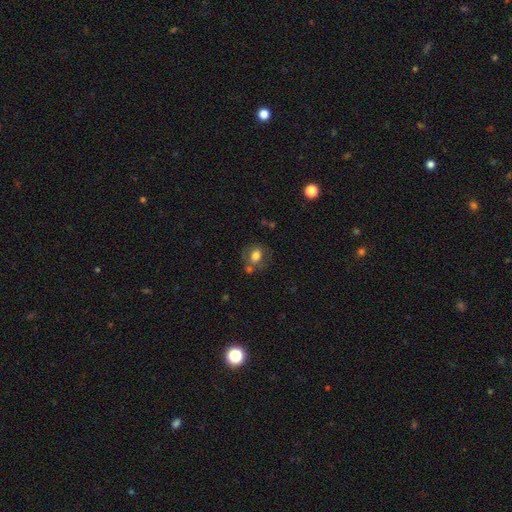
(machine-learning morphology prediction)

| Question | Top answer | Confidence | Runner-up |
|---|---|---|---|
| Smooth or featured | smooth | 66% | featured or disk (24%) |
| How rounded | in between | 54% | round (45%) |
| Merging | none | 54% | minor disturbance (19%) |